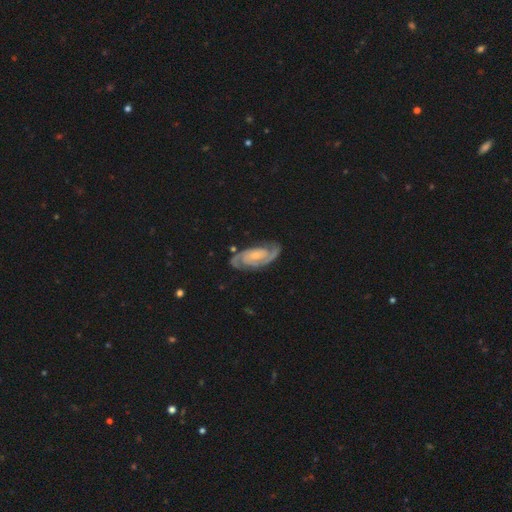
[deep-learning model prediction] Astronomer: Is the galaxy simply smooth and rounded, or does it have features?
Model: featured or disk — 89%.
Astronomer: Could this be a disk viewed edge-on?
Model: no — 96%.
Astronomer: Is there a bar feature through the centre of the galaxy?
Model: no — 54% (runner-up: weak, 35%).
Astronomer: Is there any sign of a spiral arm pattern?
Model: yes — 98%.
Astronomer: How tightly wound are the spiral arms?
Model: tight — 60%.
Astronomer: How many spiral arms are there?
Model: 2 — 87%.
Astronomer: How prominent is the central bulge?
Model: small — 51% (runner-up: moderate, 29%).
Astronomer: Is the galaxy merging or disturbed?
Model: none — 80%.